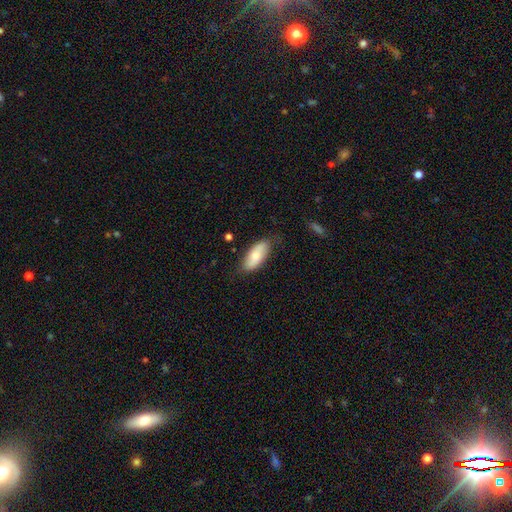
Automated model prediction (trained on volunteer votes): Overall: smooth (74%). How rounded: in between (85%). Merging: none (76%).